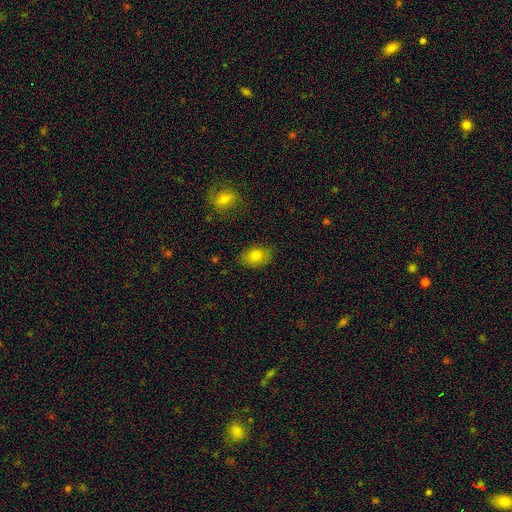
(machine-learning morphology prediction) Overall: smooth (80%). How rounded: in between (82%). Merging: none (84%).